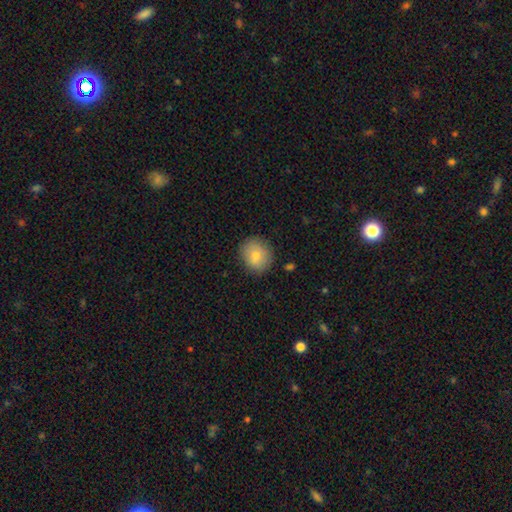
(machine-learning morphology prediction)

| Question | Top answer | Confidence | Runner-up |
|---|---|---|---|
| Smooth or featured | smooth | 78% | featured or disk (13%) |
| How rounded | round | 75% | in between (24%) |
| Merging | none | 87% | minor disturbance (10%) |